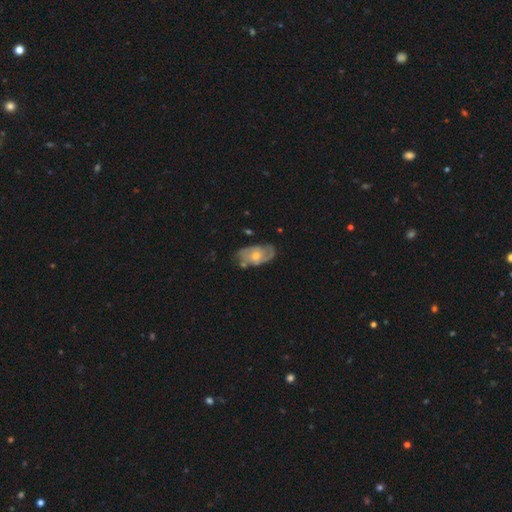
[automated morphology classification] Smooth or featured?
  - featured or disk: 69% *
  - smooth: 25%
  - star or artifact: 6%
Edge-on disk?
  - no: 95% *
  - yes: 5%
Bar?
  - no: 70% *
  - weak: 26%
  - strong: 3%
Spiral arms?
  - yes: 83% *
  - no: 17%
Spiral winding?
  - medium: 44% *
  - tight: 36%
  - loose: 21%
Spiral arm count?
  - 2: 57% *
  - can't tell: 25%
  - 3: 8%
  - 1: 6%
  - 4: 2%
  - more than 4: 2%
Bulge size?
  - moderate: 55% *
  - small: 38%
  - large: 4%
  - none: 3%
  - dominant: 1%
Merging?
  - none: 62% *
  - minor disturbance: 25%
  - major disturbance: 9%
  - merger: 4%